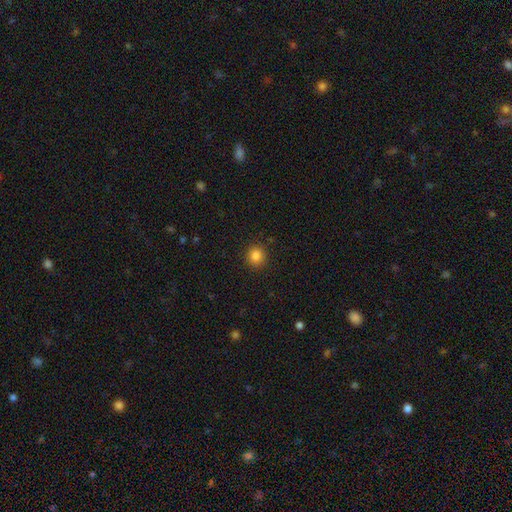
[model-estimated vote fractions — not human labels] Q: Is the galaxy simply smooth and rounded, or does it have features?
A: smooth — 84%.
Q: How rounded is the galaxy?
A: round — 91%.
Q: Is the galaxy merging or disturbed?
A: none — 90%.